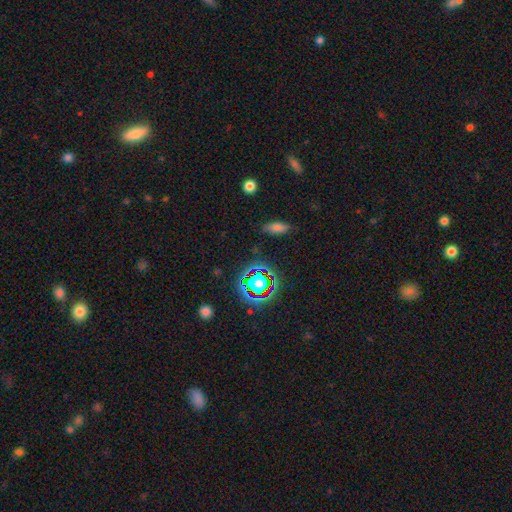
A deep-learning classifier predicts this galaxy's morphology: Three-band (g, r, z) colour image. It shows a star or artifact, not a galaxy (56%).